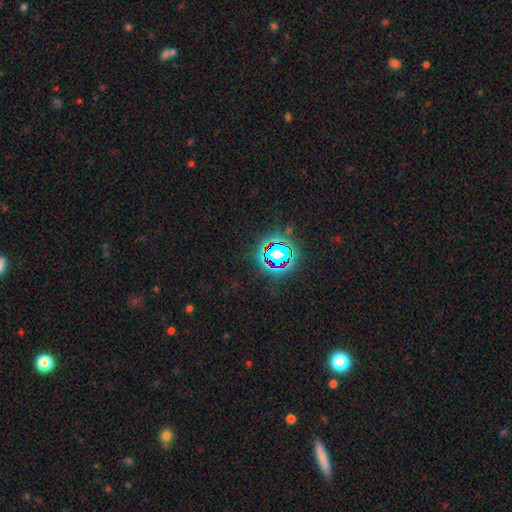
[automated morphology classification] Q: Smooth or featured?
A: star or artifact (80%); runner-up: smooth (12%)